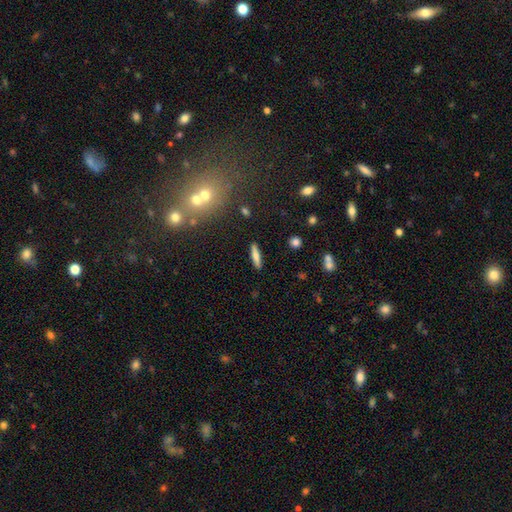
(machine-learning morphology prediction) This is likely a smooth galaxy (72%). How rounded: clearly cigar-shaped (81%). Merging: clearly none (88%).